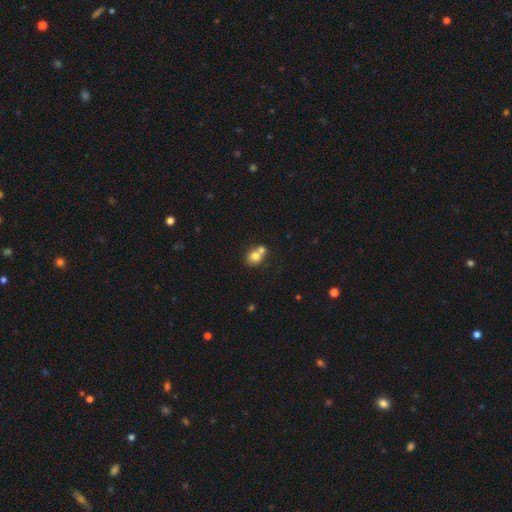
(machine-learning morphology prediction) This appears to be a smooth galaxy with no disk features (75%) that is round (68%). Merging: merger (53%).